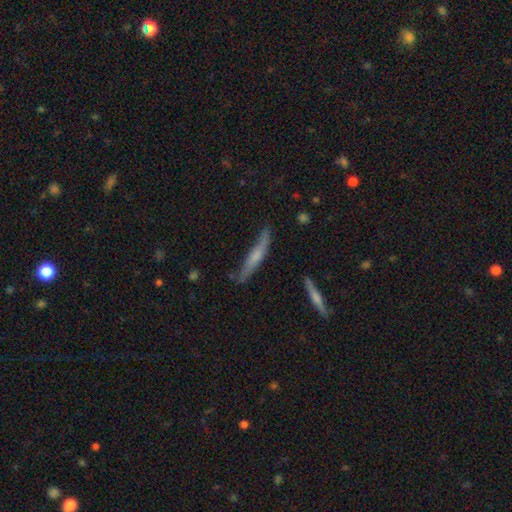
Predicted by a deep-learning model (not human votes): A featured or disk galaxy (51%) viewed edge-on (89%).

Vote fractions:
- Smooth or featured? featured or disk: 51% / smooth: 42% / star or artifact: 7%
- Edge-on disk? yes: 89% / no: 11%
- Merging? none: 73% / minor disturbance: 20% / major disturbance: 4% / merger: 3%